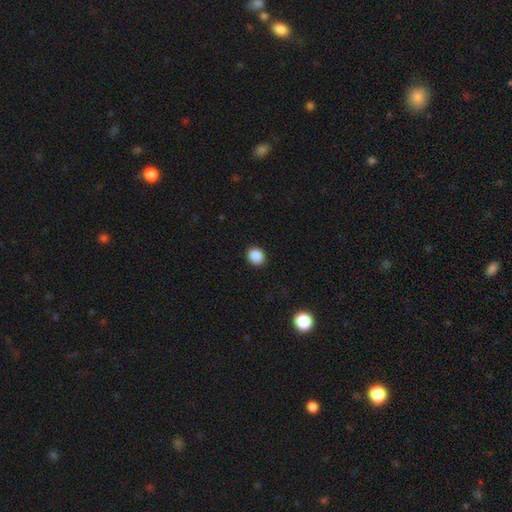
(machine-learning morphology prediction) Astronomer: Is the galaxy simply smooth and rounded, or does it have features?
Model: smooth — 88%.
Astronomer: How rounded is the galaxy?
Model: round — 76%.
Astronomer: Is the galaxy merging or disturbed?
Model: none — 92%.